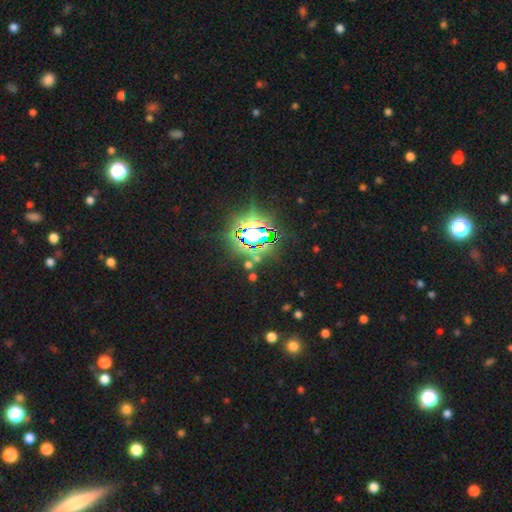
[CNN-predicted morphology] The model was most divided on "smooth or featured": star or artifact: 79%, smooth: 12%, featured or disk: 8%.